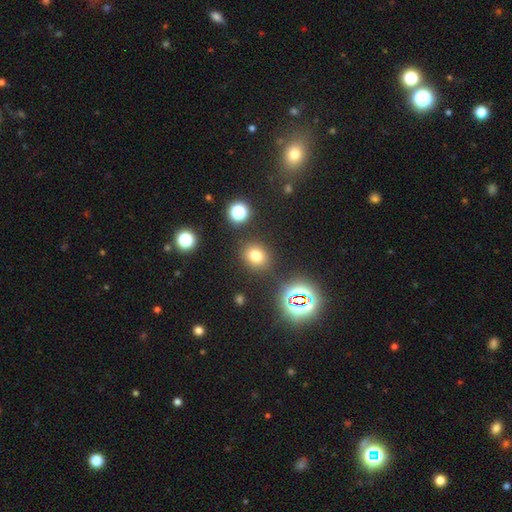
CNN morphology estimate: smooth-or-featured: smooth: 71% | star or artifact: 22% | featured or disk: 7%
  how-rounded: round: 73% | in between: 26% | cigar-shaped: 1%
  merging: none: 85% | minor disturbance: 8% | merger: 4% | major disturbance: 3%